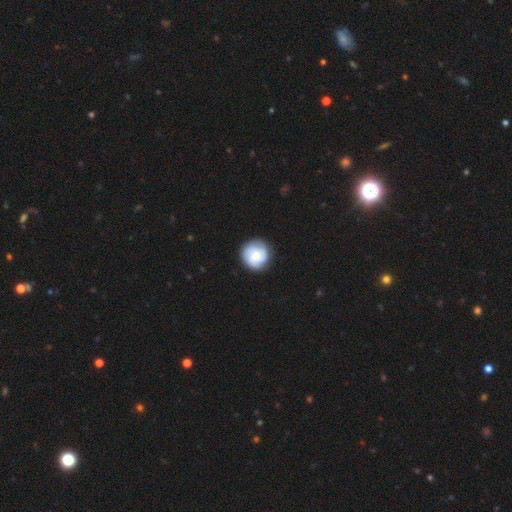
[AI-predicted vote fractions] featured or disk 49%, smooth 44%, star or artifact 7%. Down the decision tree: merging — none (84%).